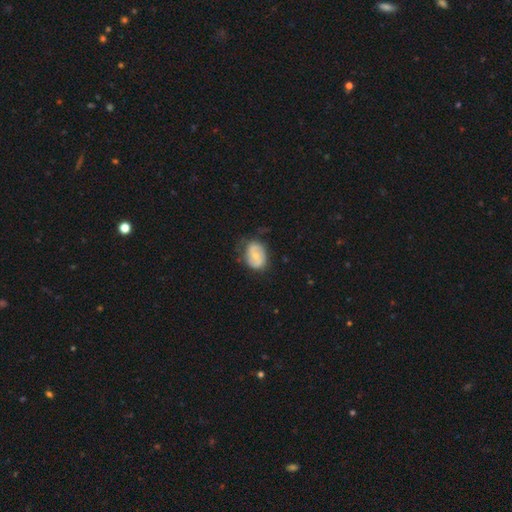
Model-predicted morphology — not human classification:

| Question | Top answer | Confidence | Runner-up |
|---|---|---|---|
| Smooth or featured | smooth | 49% | featured or disk (44%) |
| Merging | none | 58% | minor disturbance (29%) |